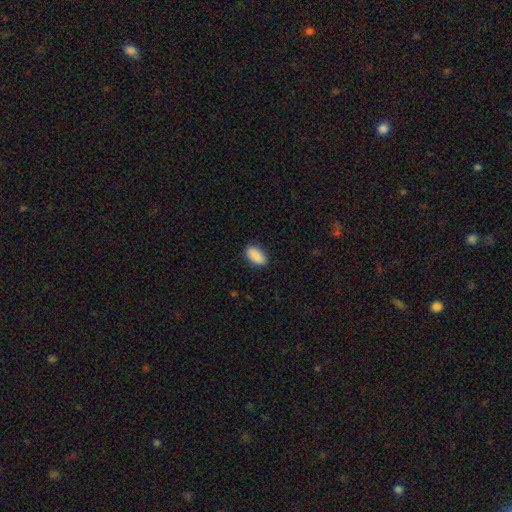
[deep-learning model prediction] The model was most divided on "merging": none: 86%, minor disturbance: 11%, major disturbance: 2%, merger: 1%. More confident: how rounded — in between (93%); smooth or featured — smooth (90%).